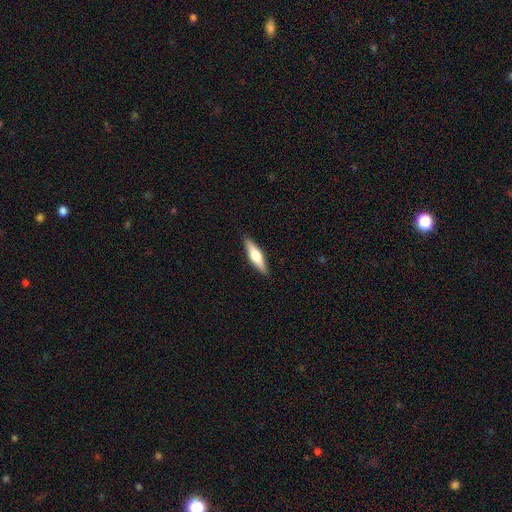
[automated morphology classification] Smooth or featured? featured or disk (49%)
Merging? none (90%)